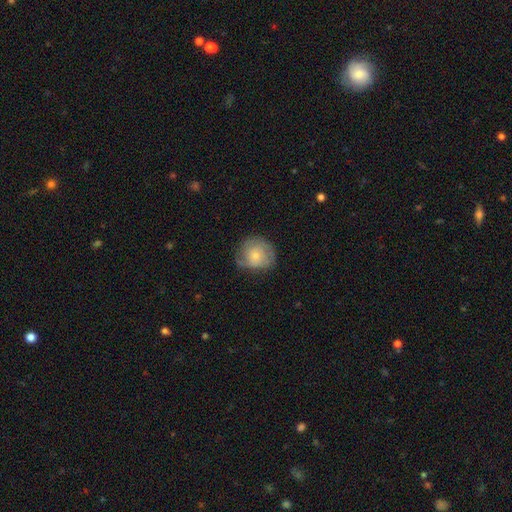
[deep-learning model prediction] The model was most divided on "smooth or featured": featured or disk: 49%, smooth: 44%, star or artifact: 7%. More confident: merging — none (67%).